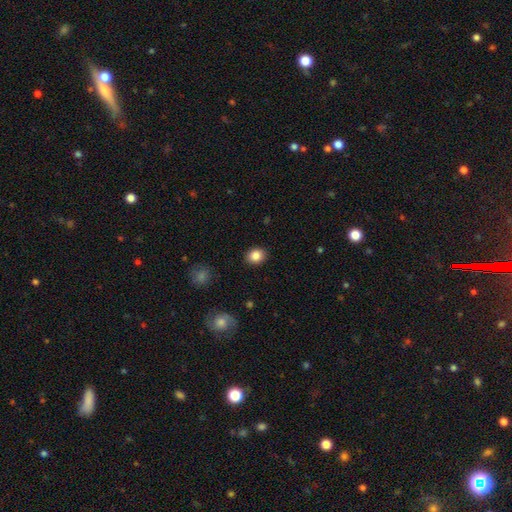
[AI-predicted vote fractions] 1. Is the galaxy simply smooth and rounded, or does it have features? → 85% smooth, 9% star or artifact, 6% featured or disk.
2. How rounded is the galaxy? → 58% round, 41% in between, 1% cigar-shaped.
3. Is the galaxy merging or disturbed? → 90% none, 7% minor disturbance, 2% major disturbance, 1% merger.